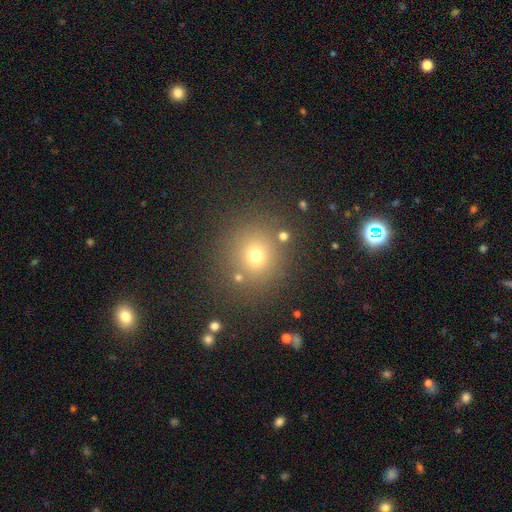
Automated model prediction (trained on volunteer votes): A smooth galaxy with no disk features (68%) that is round (88%). Merging: none (83%).